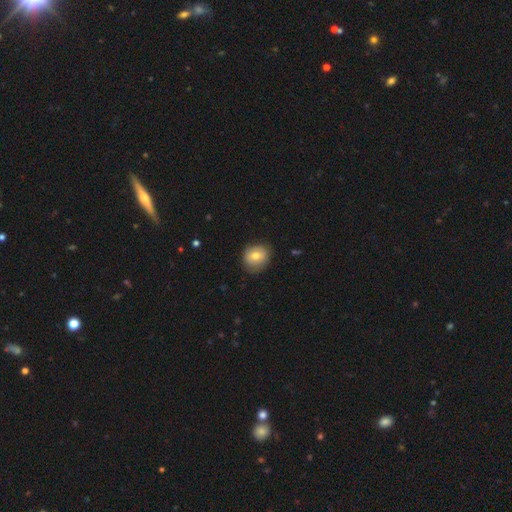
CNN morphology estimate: Smooth or featured? smooth (73%)
How rounded? round (76%)
Merging? none (77%)